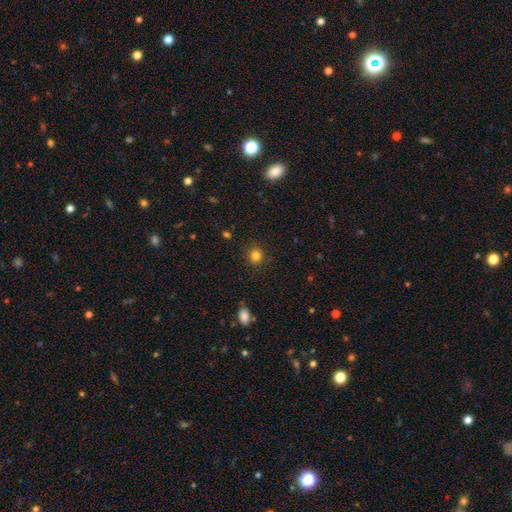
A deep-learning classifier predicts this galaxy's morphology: Q: Smooth or featured?
A: smooth (82%); runner-up: star or artifact (13%)
Q: How rounded?
A: round (83%); runner-up: in between (16%)
Q: Merging?
A: none (87%); runner-up: minor disturbance (9%)